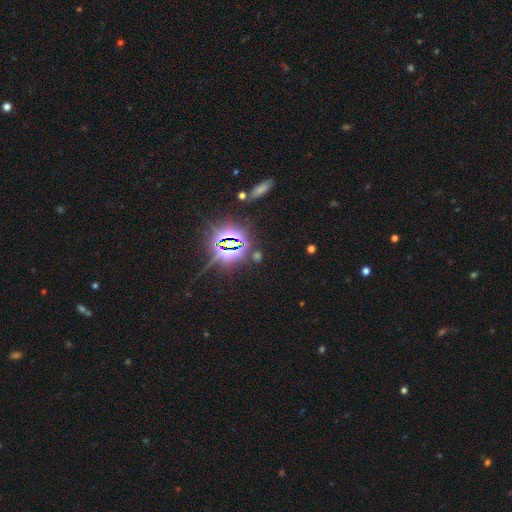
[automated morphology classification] This is clearly a star or artifact rather than a galaxy (81%).